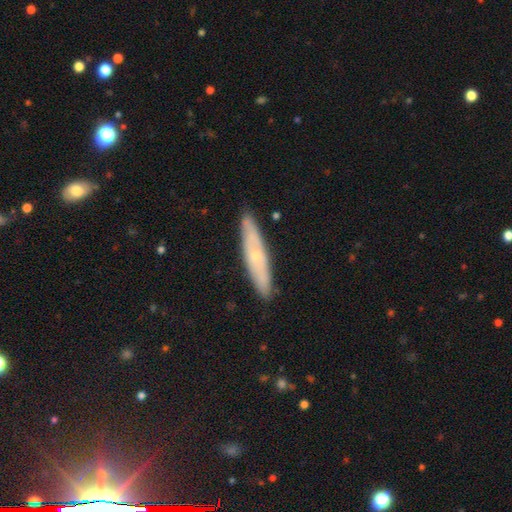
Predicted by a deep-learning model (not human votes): smooth_or_featured: featured or disk (p=0.56) [alt: smooth p=0.38]
disk_edge_on: yes (p=0.60) [alt: no p=0.40]
merging: none (p=0.86) [alt: minor disturbance p=0.11]